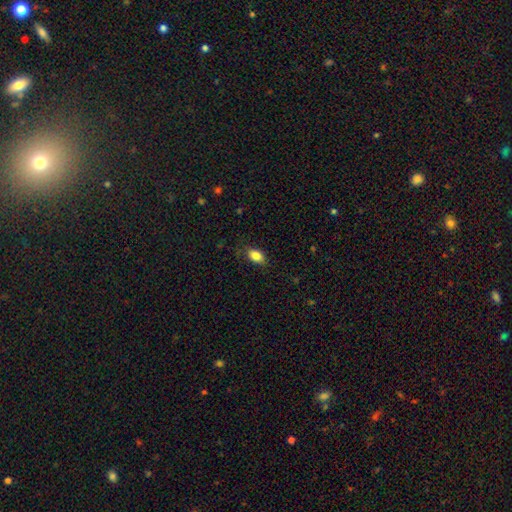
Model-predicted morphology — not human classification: smooth_or_featured: smooth (p=0.86) [alt: star or artifact p=0.08]
how_rounded: in between (p=0.89) [alt: round p=0.08]
merging: none (p=0.80) [alt: minor disturbance p=0.15]